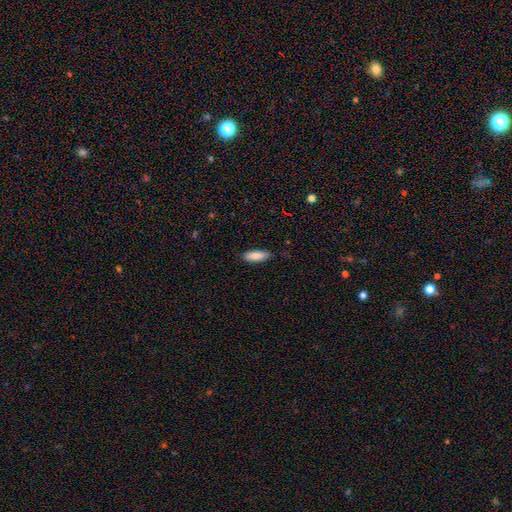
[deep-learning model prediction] Q: Smooth or featured?
A: smooth (86%); runner-up: featured or disk (8%)
Q: How rounded?
A: in between (56%); runner-up: cigar-shaped (42%)
Q: Merging?
A: none (83%); runner-up: minor disturbance (14%)